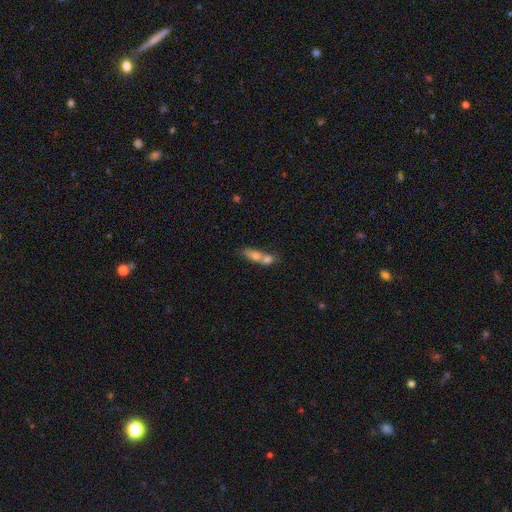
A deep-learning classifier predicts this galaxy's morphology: smooth-or-featured: smooth: 69% | featured or disk: 22% | star or artifact: 9%
  how-rounded: in between: 64% | cigar-shaped: 19% | round: 17%
  merging: merger: 73% | none: 17% | minor disturbance: 6% | major disturbance: 4%